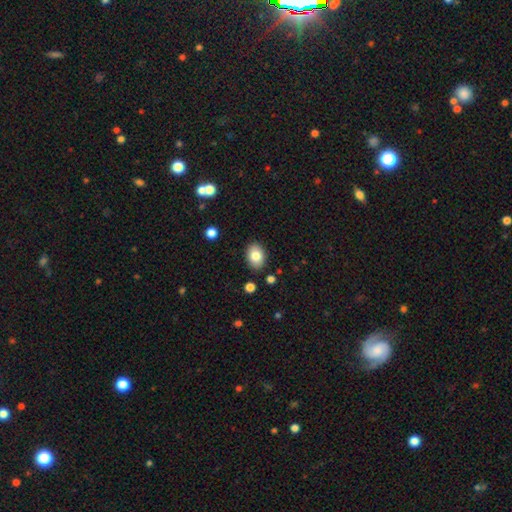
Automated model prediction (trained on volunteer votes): Overall: smooth (83%). How rounded: in between (75%). Merging: none (87%).